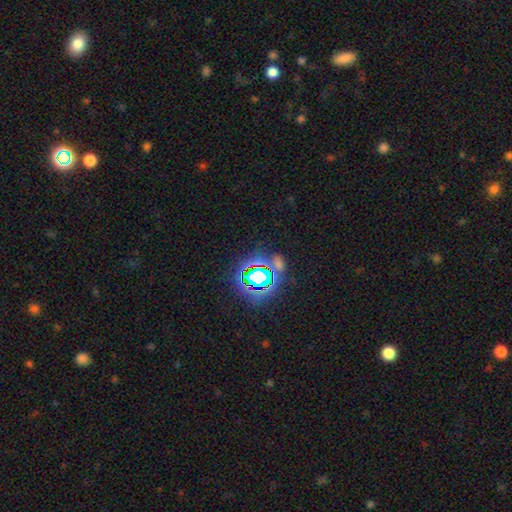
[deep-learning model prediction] Smooth or featured? Predicted: star or artifact (p=0.79).